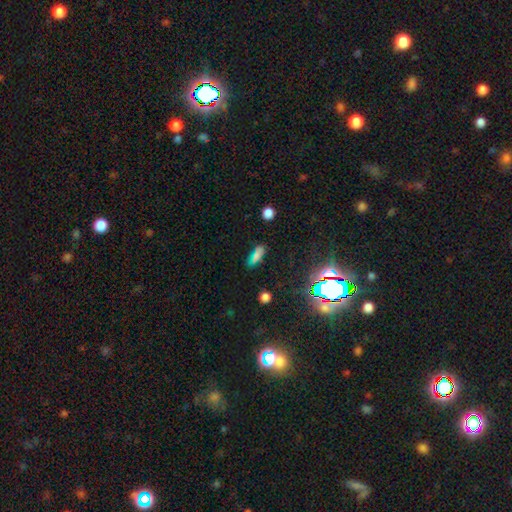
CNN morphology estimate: smooth-or-featured: smooth: 66% | star or artifact: 20% | featured or disk: 14%
  how-rounded: in between: 62% | cigar-shaped: 34% | round: 5%
  merging: none: 75% | minor disturbance: 17% | major disturbance: 5% | merger: 4%